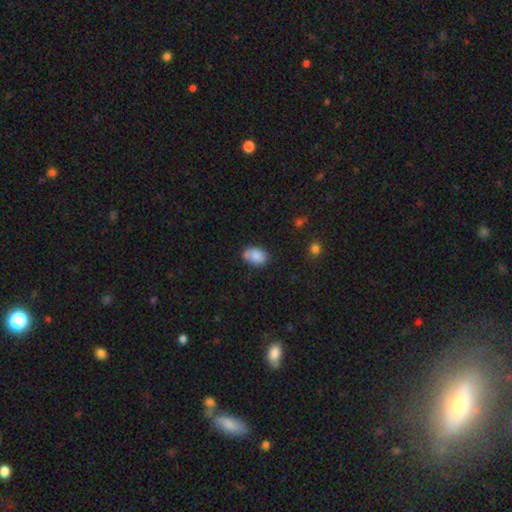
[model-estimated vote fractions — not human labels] This is clearly a smooth galaxy (83%). How rounded: likely in between (78%). Merging: likely none (60%).